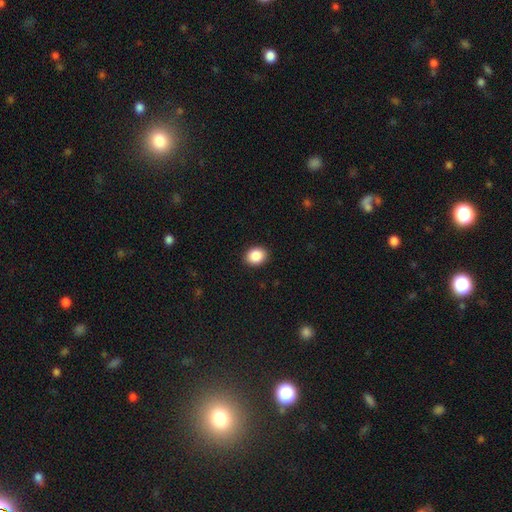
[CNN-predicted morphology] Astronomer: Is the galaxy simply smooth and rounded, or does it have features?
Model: smooth — 88%.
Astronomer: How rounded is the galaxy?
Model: round — 56% (runner-up: in between, 43%).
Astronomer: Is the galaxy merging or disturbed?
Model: none — 91%.